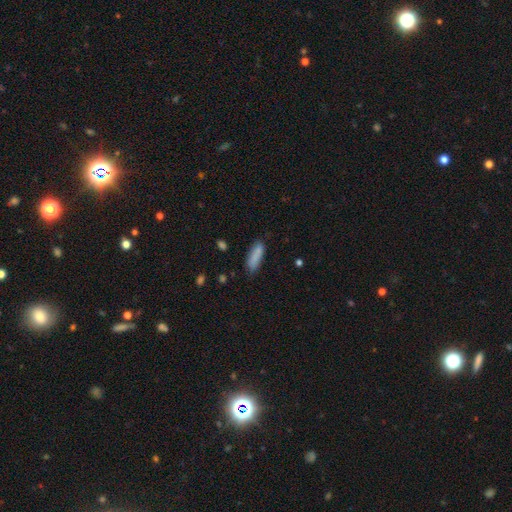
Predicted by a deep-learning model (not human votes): The model was most divided on "how rounded": in between: 55%, cigar-shaped: 43%, round: 2%. More confident: smooth or featured — smooth (85%); merging — none (72%).